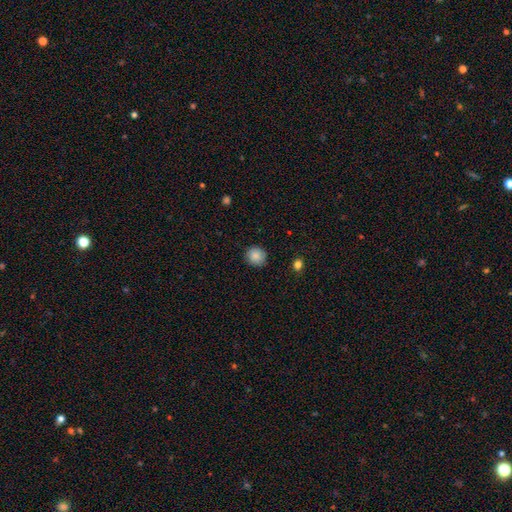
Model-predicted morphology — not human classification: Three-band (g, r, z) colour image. It shows a smooth galaxy with no disk features (87%) that is round (91%). Merging: none (87%).